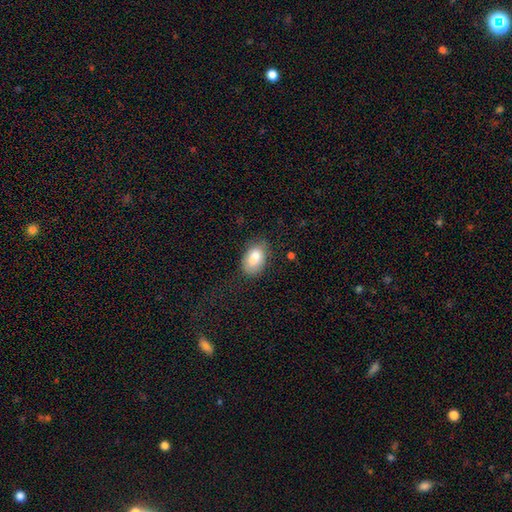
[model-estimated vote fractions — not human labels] This is clearly a smooth galaxy (80%). How rounded: clearly in between (91%). Merging: likely none (69%).